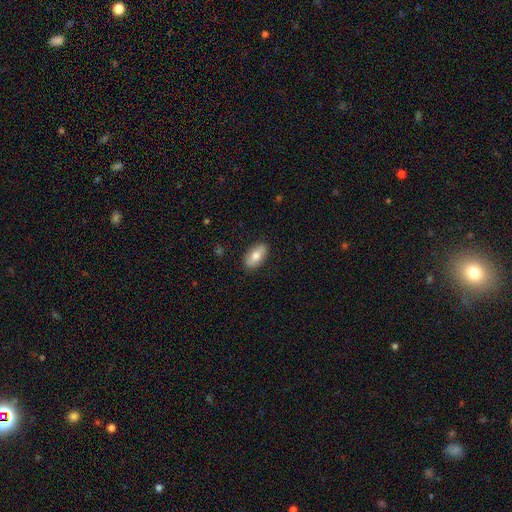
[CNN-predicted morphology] The model was most divided on "smooth or featured": smooth: 73%, featured or disk: 21%, star or artifact: 6%. More confident: how rounded — in between (92%); merging — none (87%).